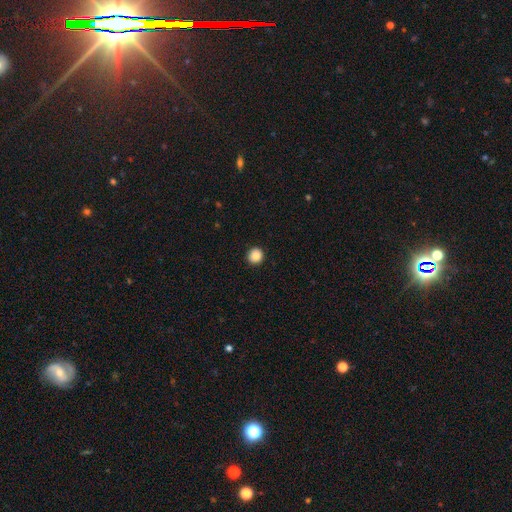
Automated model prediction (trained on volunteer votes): This is clearly a smooth galaxy (88%). How rounded: clearly round (91%). Merging: clearly none (92%).